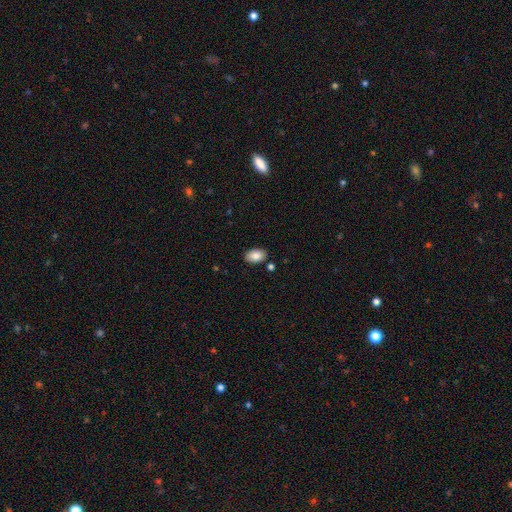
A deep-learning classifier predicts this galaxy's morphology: Q: Smooth or featured?
A: smooth (85%); runner-up: featured or disk (8%)
Q: How rounded?
A: in between (91%); runner-up: round (8%)
Q: Merging?
A: none (86%); runner-up: minor disturbance (9%)